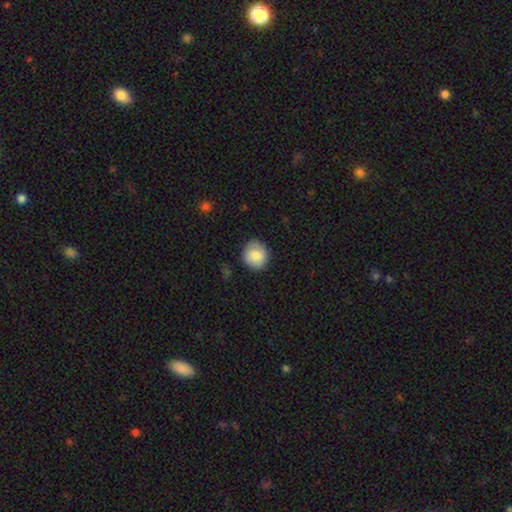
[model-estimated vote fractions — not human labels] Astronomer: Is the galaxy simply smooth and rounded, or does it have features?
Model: smooth — 82%.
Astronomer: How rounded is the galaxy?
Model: round — 84%.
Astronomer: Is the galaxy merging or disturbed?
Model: none — 86%.